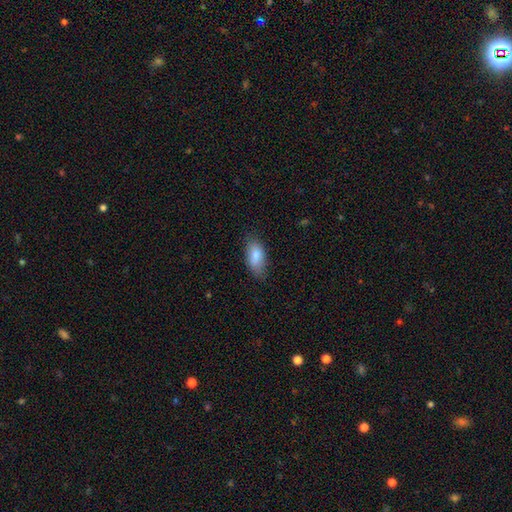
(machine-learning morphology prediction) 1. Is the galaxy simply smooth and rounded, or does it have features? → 84% smooth, 10% featured or disk, 7% star or artifact.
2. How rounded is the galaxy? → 90% in between, 6% cigar-shaped, 3% round.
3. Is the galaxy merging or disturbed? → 76% none, 19% minor disturbance, 4% major disturbance, 1% merger.